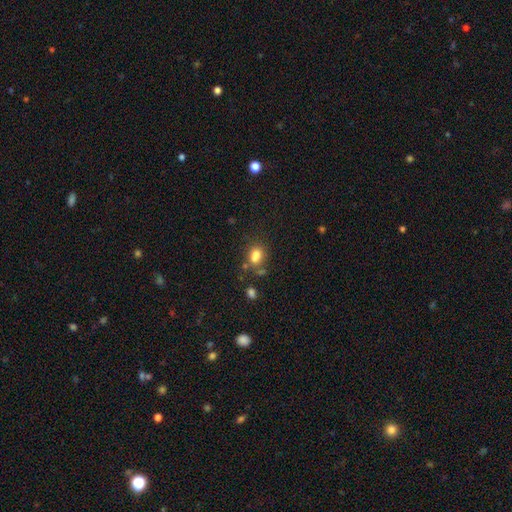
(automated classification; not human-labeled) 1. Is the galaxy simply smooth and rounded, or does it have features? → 75% smooth, 14% star or artifact, 11% featured or disk.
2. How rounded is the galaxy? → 62% in between, 36% round, 2% cigar-shaped.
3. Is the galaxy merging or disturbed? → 48% none, 30% merger, 15% minor disturbance, 7% major disturbance.